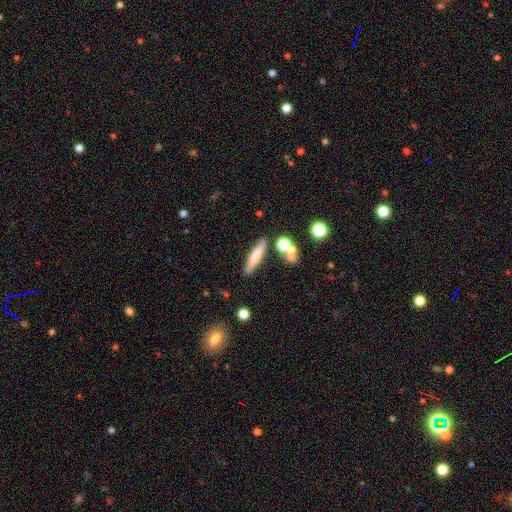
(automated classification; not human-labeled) A smooth galaxy with no disk features (61%) that is cigar-shaped (85%). Merging: none (77%).